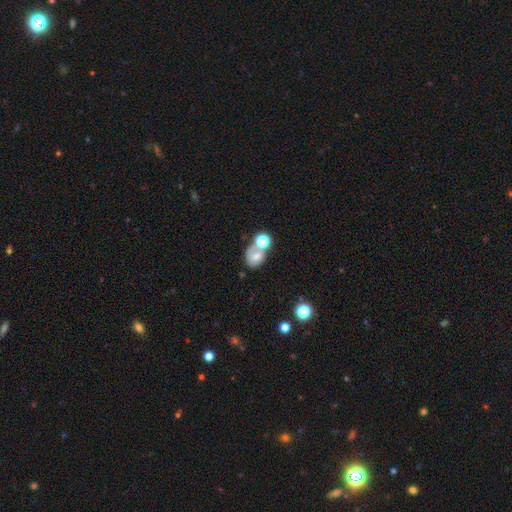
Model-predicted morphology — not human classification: A smooth galaxy with no disk features (60%) that is in between round and cigar-shaped (59%).

Vote fractions:
- Smooth or featured? smooth: 60% / featured or disk: 27% / star or artifact: 13%
- How rounded? in between: 59% / round: 40% / cigar-shaped: 1%
- Merging? merger: 50% / none: 28% / minor disturbance: 13% / major disturbance: 10%